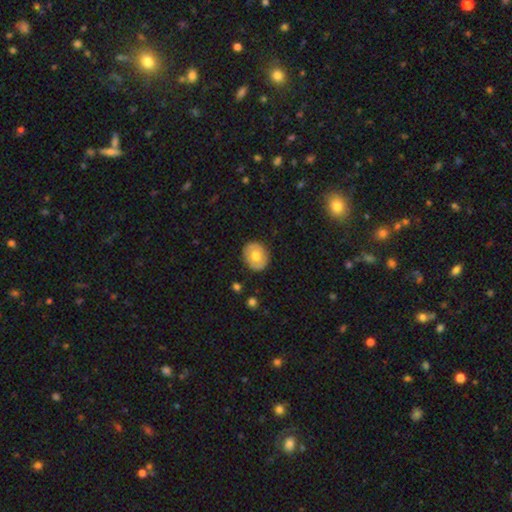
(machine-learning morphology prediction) The model was most divided on "how rounded": round: 66%, in between: 33%, cigar-shaped: 1%. More confident: merging — none (87%); smooth or featured — smooth (64%).